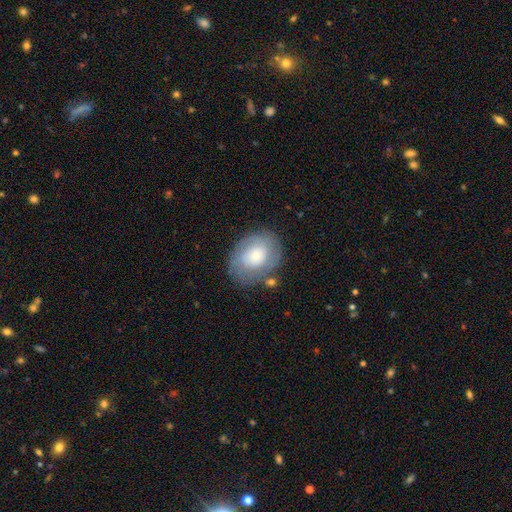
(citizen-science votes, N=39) A smooth galaxy with no disk features (64%) that is in between round and cigar-shaped (80%).

Vote fractions:
- Smooth or featured? smooth: 64% / featured or disk: 36% / star or artifact: 0%
- How rounded? in between: 80% / round: 20% / cigar-shaped: 0%
- Merging? none: 87% / minor disturbance: 8% / major disturbance: 3% / merger: 3%